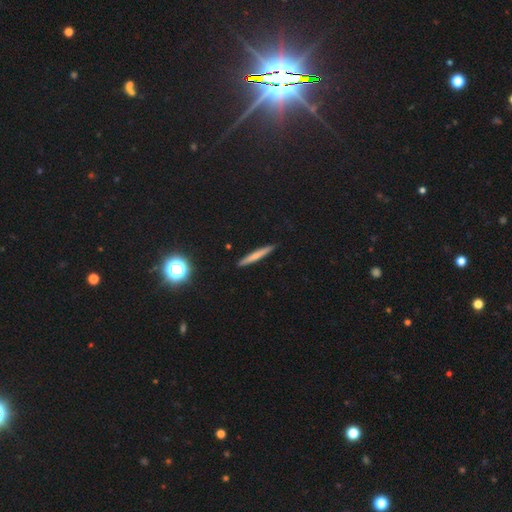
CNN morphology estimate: smooth_or_featured: smooth (p=0.63) [alt: featured or disk p=0.29]
how_rounded: cigar-shaped (p=0.95) [alt: in between p=0.03]
merging: none (p=0.91) [alt: minor disturbance p=0.06]